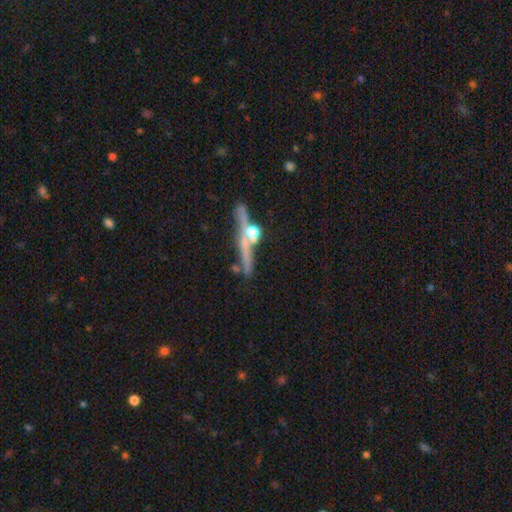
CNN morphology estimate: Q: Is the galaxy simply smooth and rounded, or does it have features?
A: featured or disk — 53%.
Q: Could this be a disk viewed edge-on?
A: yes — 84%.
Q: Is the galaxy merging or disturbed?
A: none — 64%.